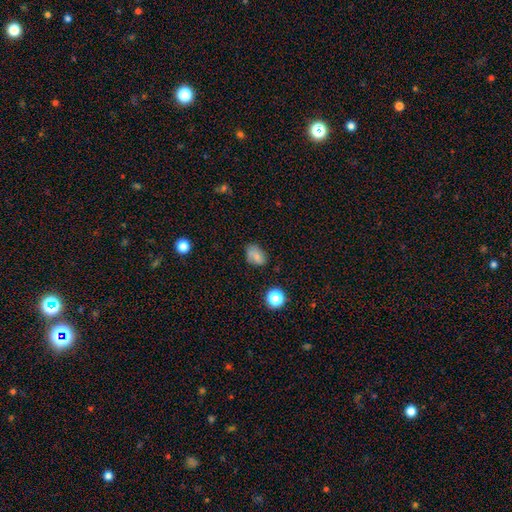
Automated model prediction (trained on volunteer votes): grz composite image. It shows a smooth galaxy with no disk features (72%) that is in between round and cigar-shaped (78%). Merging: none (68%).